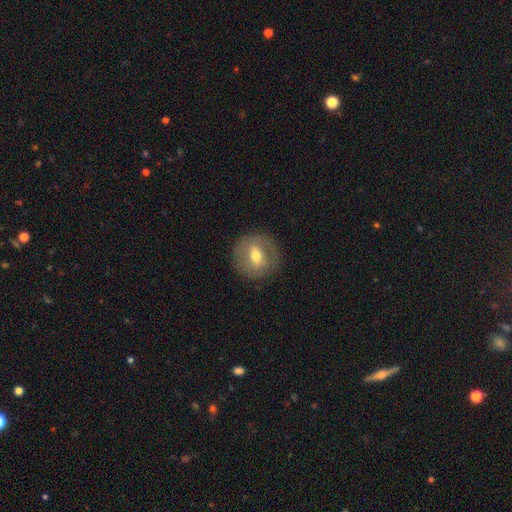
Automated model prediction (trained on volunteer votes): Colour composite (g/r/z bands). It shows a featured or disk galaxy (49%). Merging: none (85%).